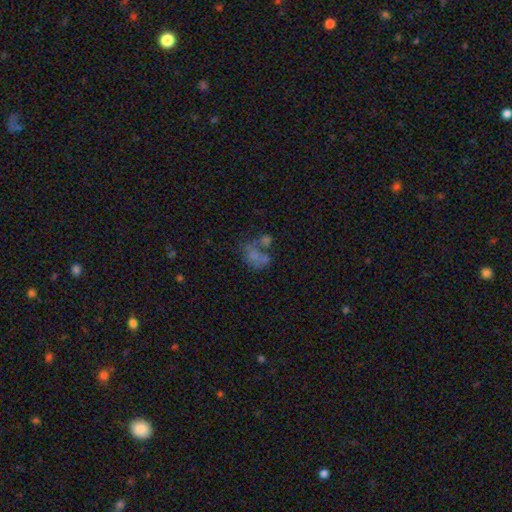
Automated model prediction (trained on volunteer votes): Smooth or featured? Predicted: smooth (p=0.53). How rounded? Predicted: in between (p=0.53). Merging? Predicted: merger (p=0.45).